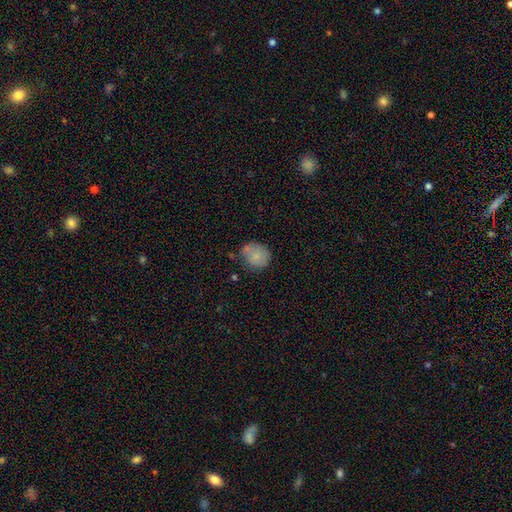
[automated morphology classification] Smooth or featured?
  - smooth: 81% *
  - featured or disk: 11%
  - star or artifact: 8%
How rounded?
  - round: 78% *
  - in between: 21%
  - cigar-shaped: 1%
Merging?
  - none: 60% *
  - minor disturbance: 24%
  - merger: 9%
  - major disturbance: 6%